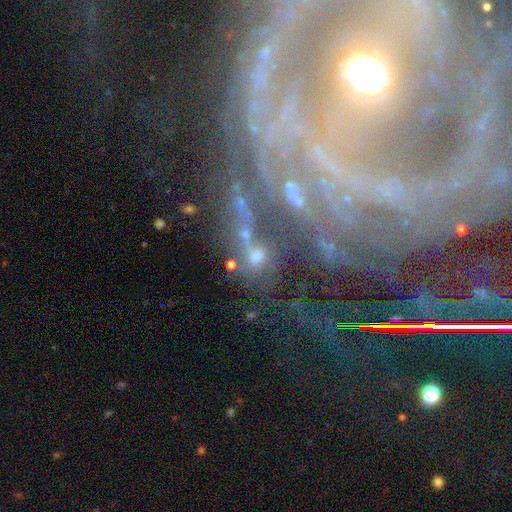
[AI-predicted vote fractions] featured or disk 40%, star or artifact 33%, smooth 27%. Down the decision tree: merging — merger (40%).